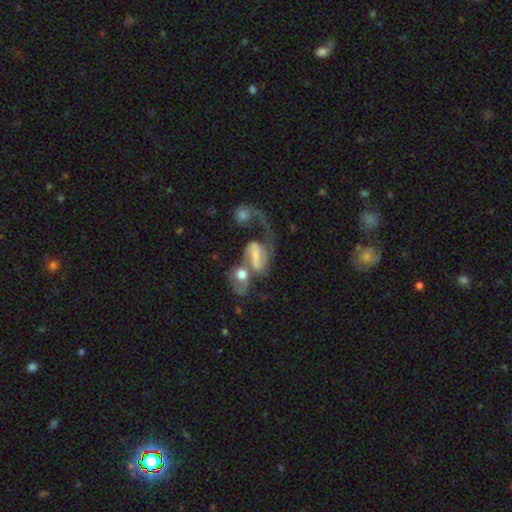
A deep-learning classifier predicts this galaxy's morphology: Q: Smooth or featured?
A: featured or disk (69%); runner-up: smooth (22%)
Q: Edge-on disk?
A: no (96%); runner-up: yes (4%)
Q: Bar?
A: weak (40%); runner-up: strong (37%)
Q: Spiral arms?
A: yes (84%); runner-up: no (16%)
Q: Spiral winding?
A: loose (59%); runner-up: medium (29%)
Q: Spiral arm count?
A: 2 (47%); runner-up: 1 (43%)
Q: Bulge size?
A: small (37%); runner-up: moderate (35%)
Q: Merging?
A: merger (57%); runner-up: major disturbance (21%)